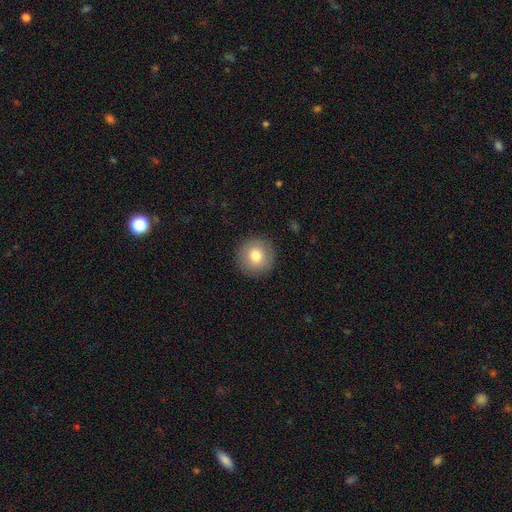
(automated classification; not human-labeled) smooth 79%, featured or disk 12%, star or artifact 9%. Down the decision tree: how rounded — round (95%); merging — none (91%).